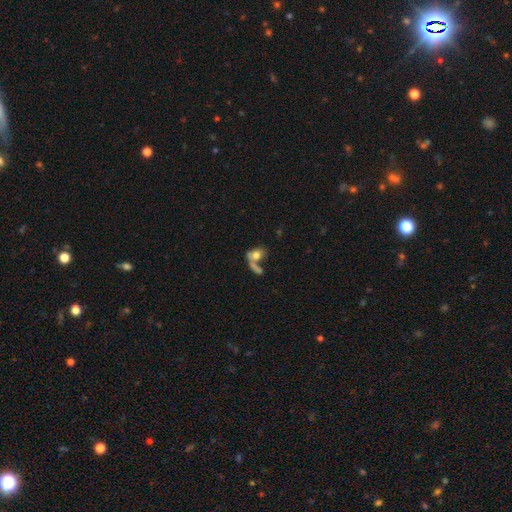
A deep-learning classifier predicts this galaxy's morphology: A smooth galaxy with no disk features (66%) that is in between round and cigar-shaped (68%).

Vote fractions:
- Smooth or featured? smooth: 66% / featured or disk: 23% / star or artifact: 11%
- How rounded? in between: 68% / round: 26% / cigar-shaped: 6%
- Merging? merger: 48% / none: 28% / major disturbance: 14% / minor disturbance: 10%